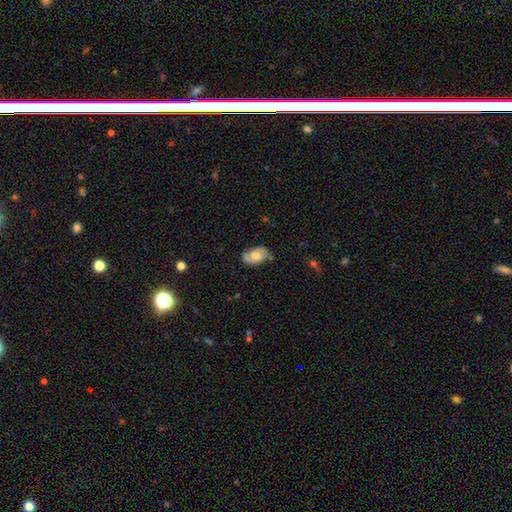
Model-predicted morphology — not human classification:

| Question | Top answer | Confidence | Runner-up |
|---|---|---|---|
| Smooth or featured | smooth | 66% | featured or disk (27%) |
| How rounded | in between | 92% | round (7%) |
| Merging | none | 68% | minor disturbance (23%) |